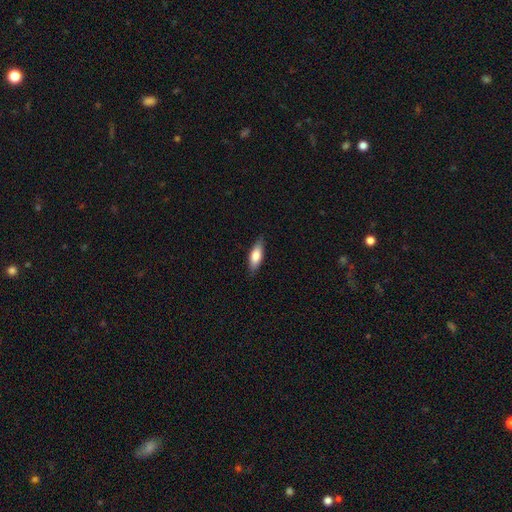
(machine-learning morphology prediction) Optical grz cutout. It shows a smooth galaxy with no disk features (76%) that is in between round and cigar-shaped (64%). Merging: none (83%).